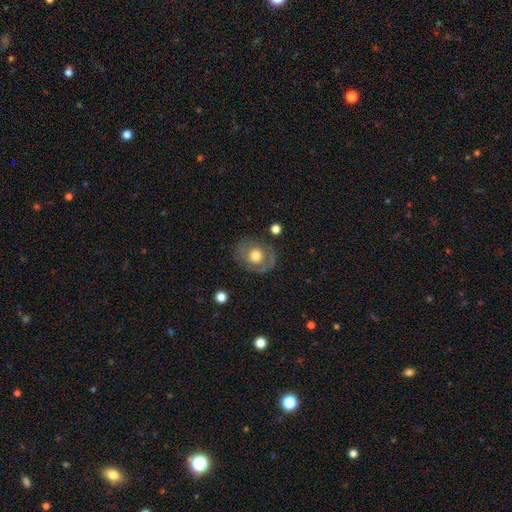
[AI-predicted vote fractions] smooth-or-featured: smooth: 50% | featured or disk: 42% | star or artifact: 8%
  merging: none: 75% | minor disturbance: 16% | major disturbance: 8% | merger: 2%